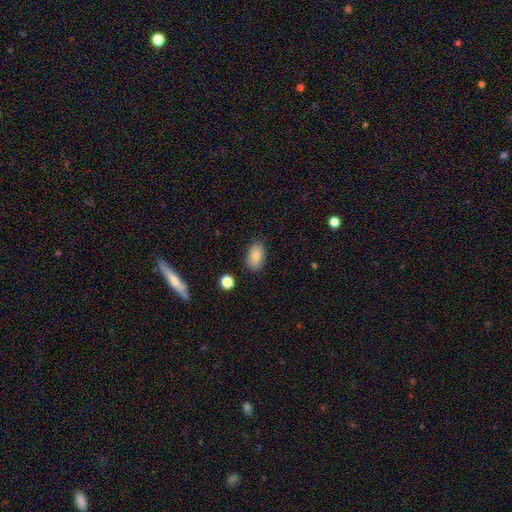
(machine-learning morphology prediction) A smooth galaxy with no disk features (86%) that is in between round and cigar-shaped (91%). Merging: none (85%).